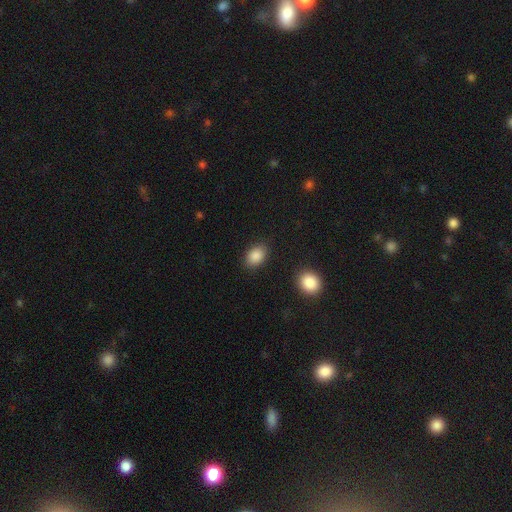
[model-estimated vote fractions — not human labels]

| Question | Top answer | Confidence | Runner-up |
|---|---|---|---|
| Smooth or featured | smooth | 88% | star or artifact (8%) |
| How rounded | in between | 83% | round (16%) |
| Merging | none | 86% | minor disturbance (10%) |